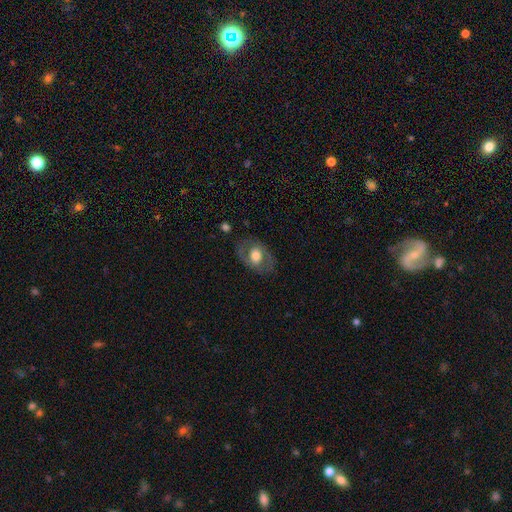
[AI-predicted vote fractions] Smooth or featured?
  - featured or disk: 48% *
  - smooth: 45%
  - star or artifact: 7%
Merging?
  - none: 76% *
  - minor disturbance: 15%
  - major disturbance: 8%
  - merger: 1%